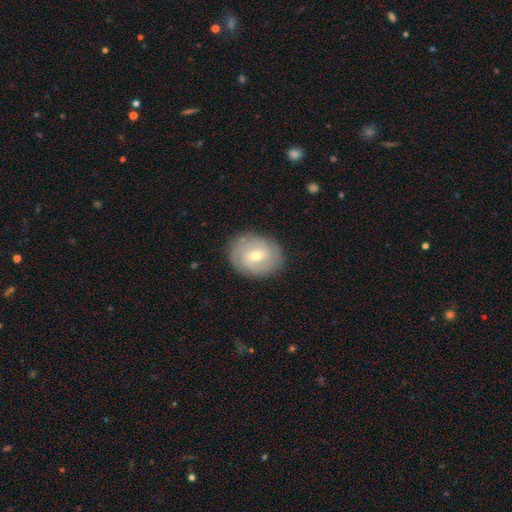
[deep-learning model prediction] This appears to be a featured or disk galaxy (63%) with a weak bar (55%), spiral arms (81%) and a small central bulge (49%). Merging: none (83%).